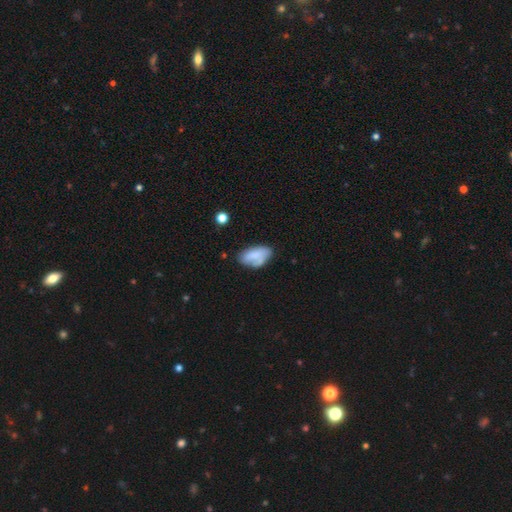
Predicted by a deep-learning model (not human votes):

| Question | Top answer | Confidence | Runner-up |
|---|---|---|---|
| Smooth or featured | smooth | 71% | featured or disk (21%) |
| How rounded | in between | 93% | round (4%) |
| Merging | none | 55% | minor disturbance (29%) |